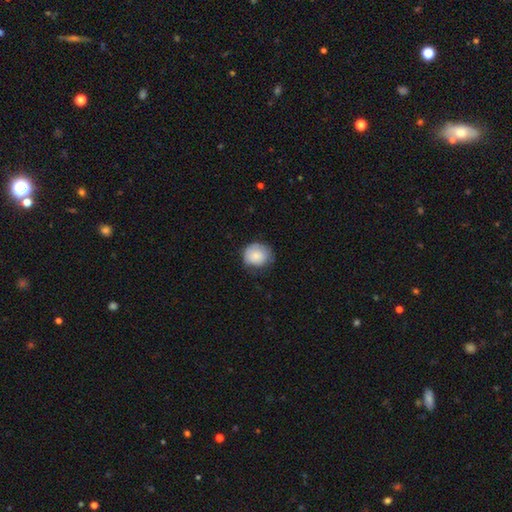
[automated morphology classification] A smooth galaxy with no disk features (78%) that is round (76%). Merging: none (65%).